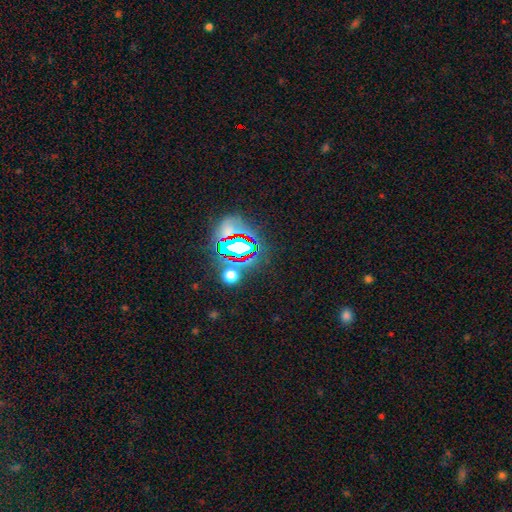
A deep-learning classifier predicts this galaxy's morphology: type=star or artifact (80%).